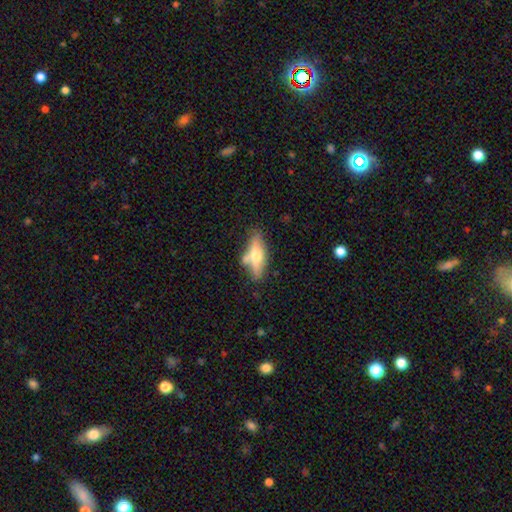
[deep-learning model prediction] This appears to be a featured or disk galaxy (48%). Merging: none (64%).